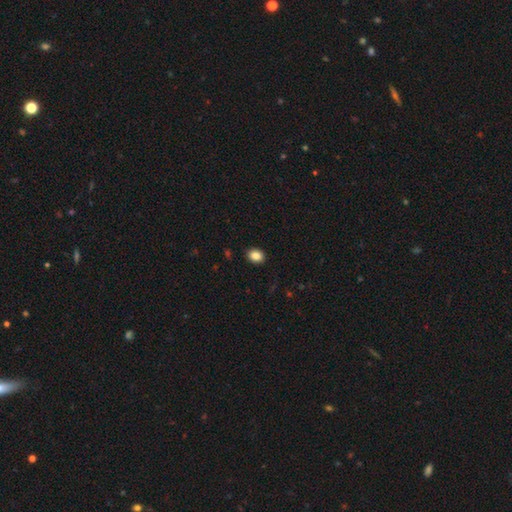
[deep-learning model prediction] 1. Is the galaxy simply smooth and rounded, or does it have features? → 86% smooth, 9% star or artifact, 5% featured or disk.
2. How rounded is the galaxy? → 56% in between, 43% round, 1% cigar-shaped.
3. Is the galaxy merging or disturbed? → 91% none, 6% minor disturbance, 2% major disturbance, 1% merger.